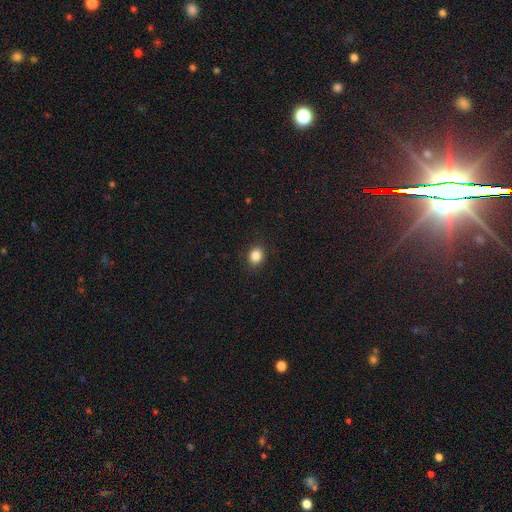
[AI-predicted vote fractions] Smooth or featured? smooth (86%)
How rounded? in between (50%)
Merging? none (90%)